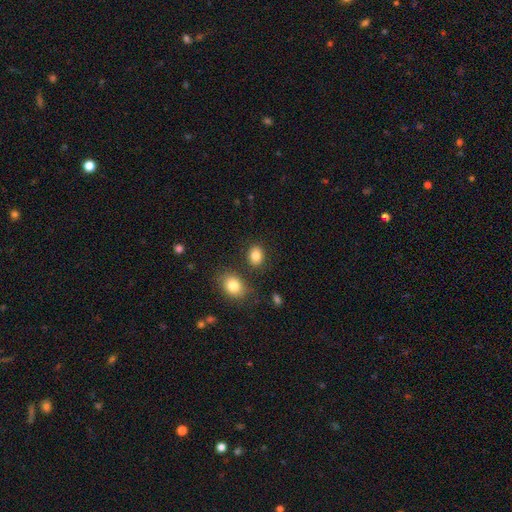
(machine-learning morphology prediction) This is clearly a smooth galaxy (83%). How rounded: possibly in between (58%). Merging: clearly none (80%).